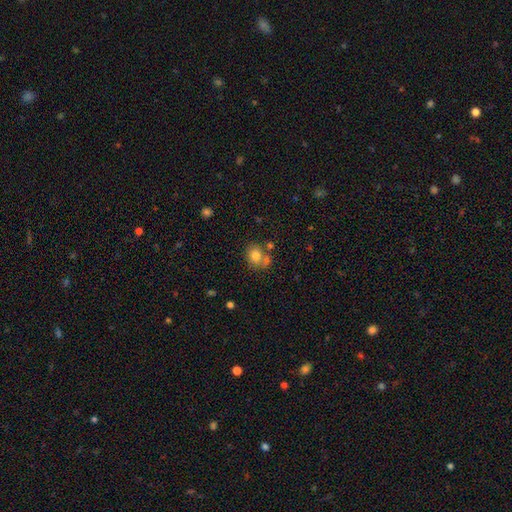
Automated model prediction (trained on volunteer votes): Smooth or featured?
  - smooth: 78% *
  - star or artifact: 11%
  - featured or disk: 11%
How rounded?
  - round: 62% *
  - in between: 37%
  - cigar-shaped: 1%
Merging?
  - none: 56% *
  - merger: 25%
  - minor disturbance: 13%
  - major disturbance: 5%